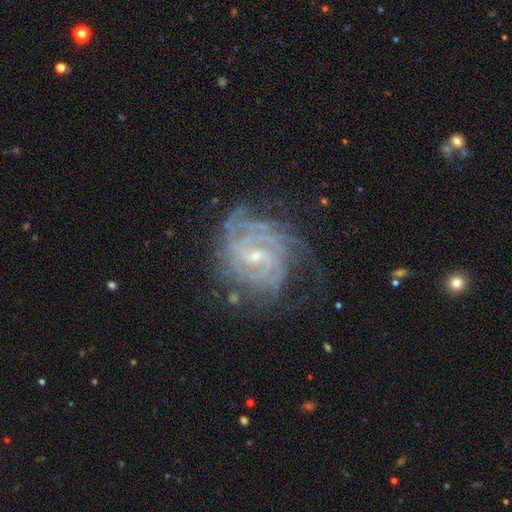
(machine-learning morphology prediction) Q: Smooth or featured?
A: featured or disk (89%); runner-up: star or artifact (6%)
Q: Edge-on disk?
A: no (97%); runner-up: yes (3%)
Q: Bar?
A: weak (51%); runner-up: no (29%)
Q: Spiral arms?
A: yes (98%); runner-up: no (2%)
Q: Spiral winding?
A: tight (75%); runner-up: medium (22%)
Q: Spiral arm count?
A: 4 (24%); runner-up: can't tell (23%)
Q: Bulge size?
A: small (69%); runner-up: moderate (25%)
Q: Merging?
A: none (66%); runner-up: minor disturbance (21%)